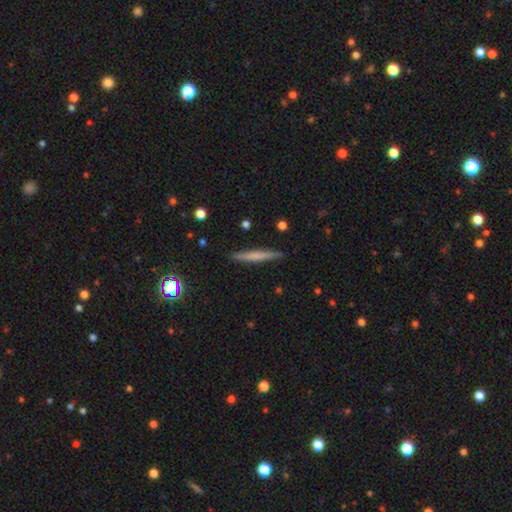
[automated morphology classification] Smooth or featured? smooth (56%)
How rounded? cigar-shaped (95%)
Merging? none (90%)